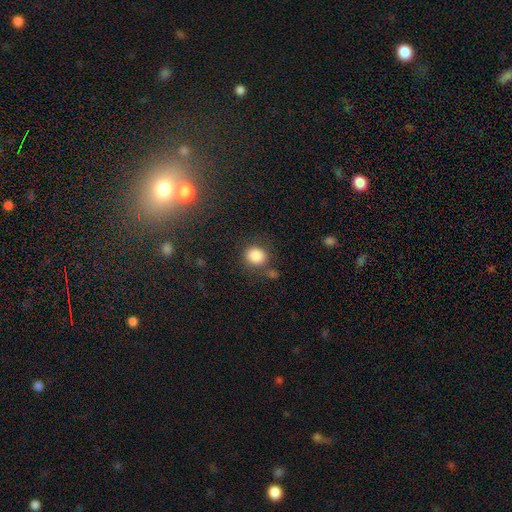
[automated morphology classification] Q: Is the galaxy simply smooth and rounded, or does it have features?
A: smooth — 86%.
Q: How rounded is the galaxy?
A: round — 82%.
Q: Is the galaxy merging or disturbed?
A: none — 70%.